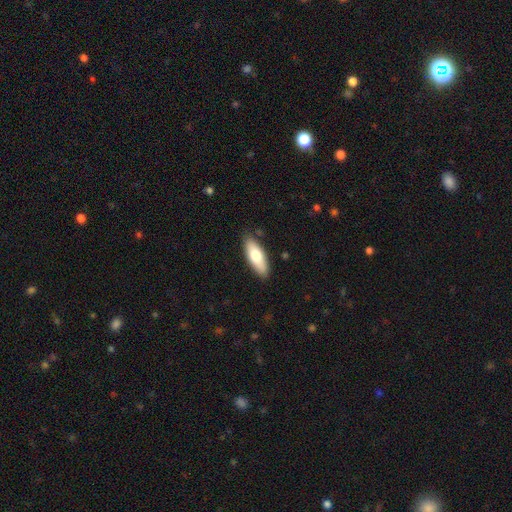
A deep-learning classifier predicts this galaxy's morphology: This is likely a smooth galaxy (74%). How rounded: likely in between (67%). Merging: clearly none (86%).